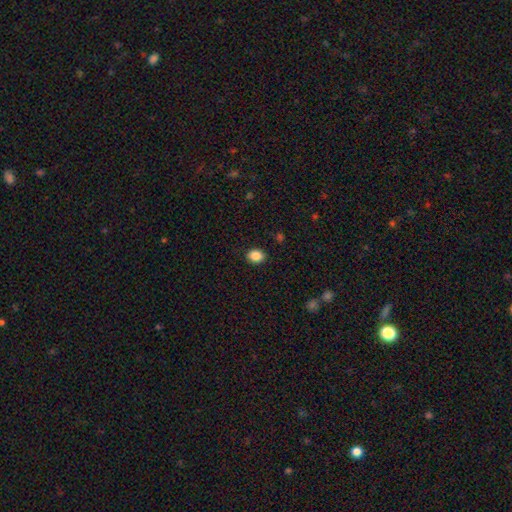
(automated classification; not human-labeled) Smooth or featured? smooth (87%)
How rounded? round (51%)
Merging? none (89%)